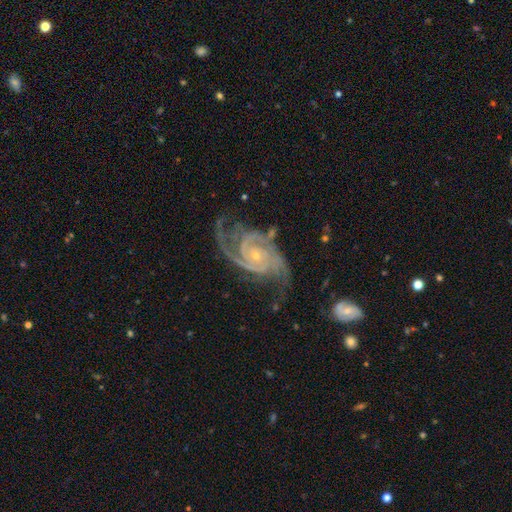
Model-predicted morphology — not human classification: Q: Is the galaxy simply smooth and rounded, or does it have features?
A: featured or disk — 93%.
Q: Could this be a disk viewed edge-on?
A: no — 98%.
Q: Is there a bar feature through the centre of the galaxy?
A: no — 68%.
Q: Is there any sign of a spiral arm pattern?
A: yes — 99%.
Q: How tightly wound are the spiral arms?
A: tight — 53%.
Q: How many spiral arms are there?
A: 2 — 35%.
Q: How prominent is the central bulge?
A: small — 78%.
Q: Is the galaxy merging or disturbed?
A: none — 59%.